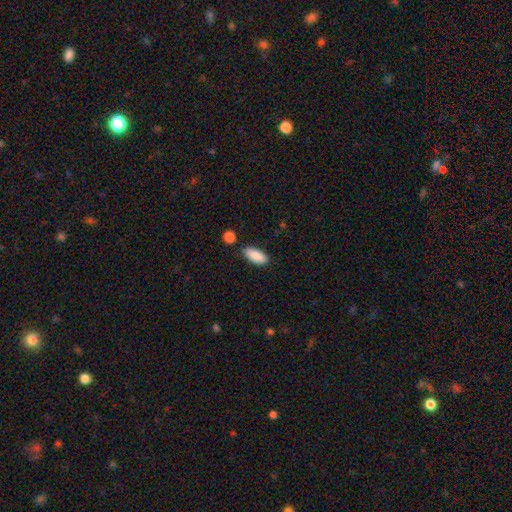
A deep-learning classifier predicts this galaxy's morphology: Overall: smooth (89%). How rounded: in between (84%). Merging: none (80%).